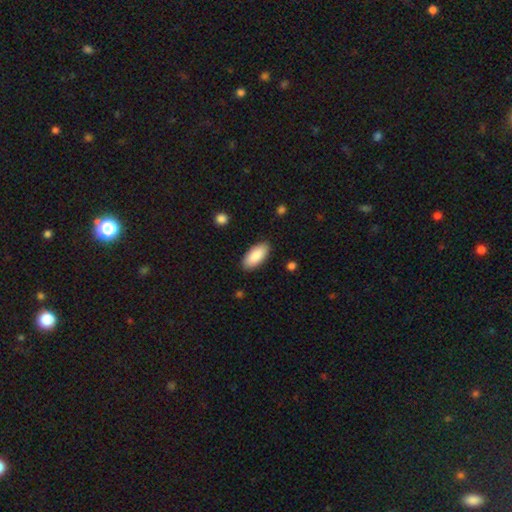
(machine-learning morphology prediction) smooth-or-featured: smooth: 88% | featured or disk: 7% | star or artifact: 5%
  how-rounded: in between: 90% | cigar-shaped: 8% | round: 2%
  merging: none: 88% | minor disturbance: 9% | major disturbance: 2% | merger: 1%